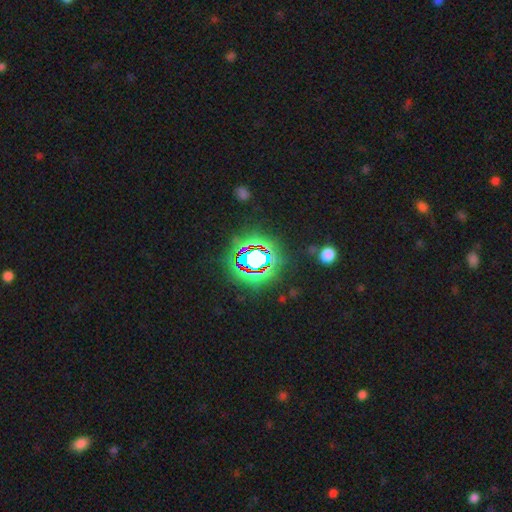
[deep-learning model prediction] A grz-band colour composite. It shows a star or artifact, not a galaxy (81%).